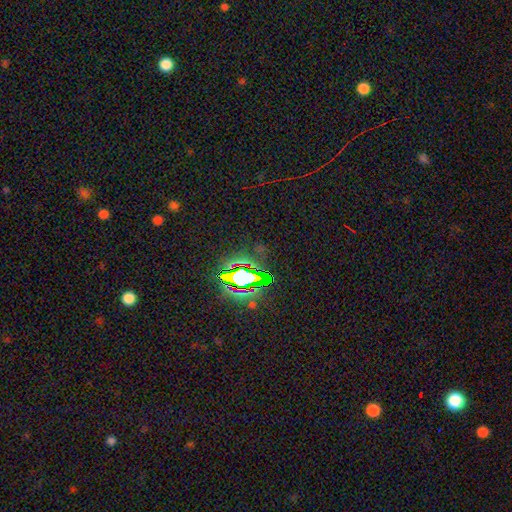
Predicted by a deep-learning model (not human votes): Smooth or featured: star or artifact — 81% (smooth — 11%)